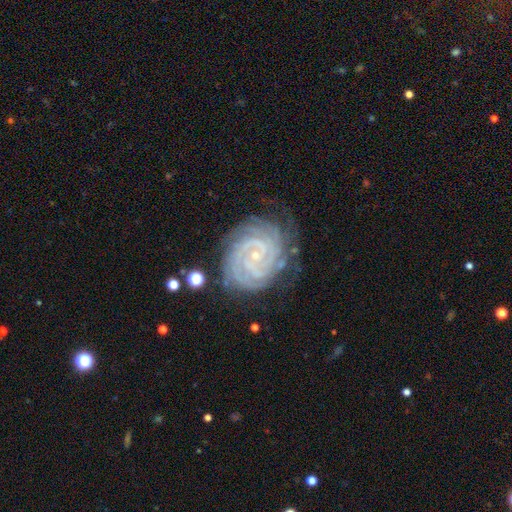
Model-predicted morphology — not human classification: The model was most divided on "spiral arm count": 4: 26%, 3: 20%, 2: 19%, can't tell: 15%, more than 4: 13%, 1: 7%. More confident: spiral arms — yes (99%); edge-on disk — no (98%); smooth or featured — featured or disk (90%); spiral winding — tight (85%); bulge size — small (85%); merging — none (77%); bar — no (60%).